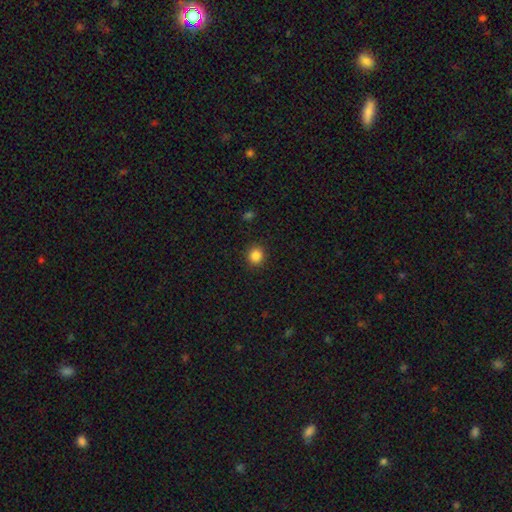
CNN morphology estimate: smooth 86%, star or artifact 11%, featured or disk 3%. Down the decision tree: how rounded — round (90%); merging — none (91%).